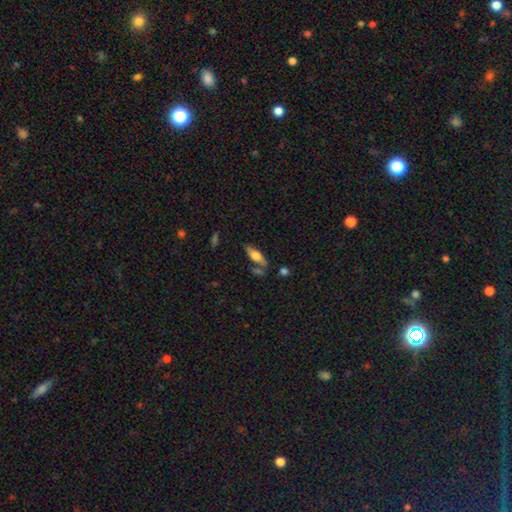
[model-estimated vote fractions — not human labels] The model was most divided on "smooth or featured": smooth: 55%, featured or disk: 38%, star or artifact: 7%. More confident: merging — none (65%); how rounded — in between (59%).